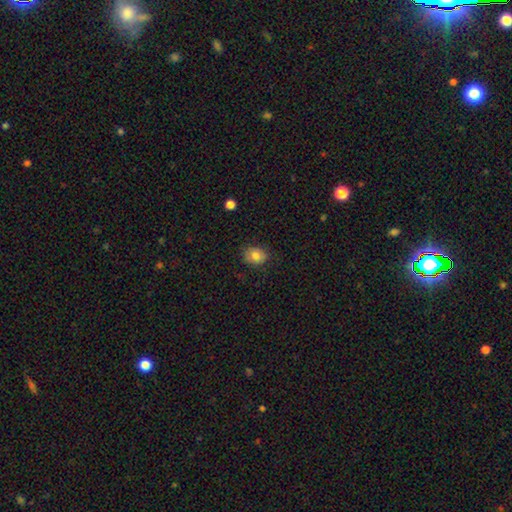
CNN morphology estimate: smooth-or-featured: smooth: 80% | featured or disk: 10% | star or artifact: 9%
  how-rounded: round: 51% | in between: 48% | cigar-shaped: 1%
  merging: none: 83% | minor disturbance: 13% | major disturbance: 3% | merger: 1%